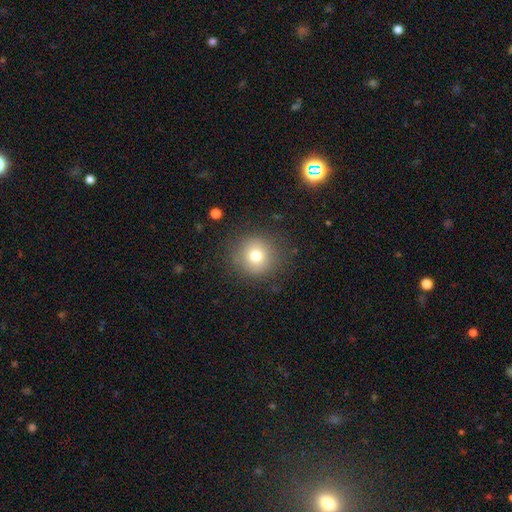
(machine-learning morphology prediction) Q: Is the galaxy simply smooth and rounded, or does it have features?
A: smooth — 76%.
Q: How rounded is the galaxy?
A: round — 92%.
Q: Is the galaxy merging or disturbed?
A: none — 86%.